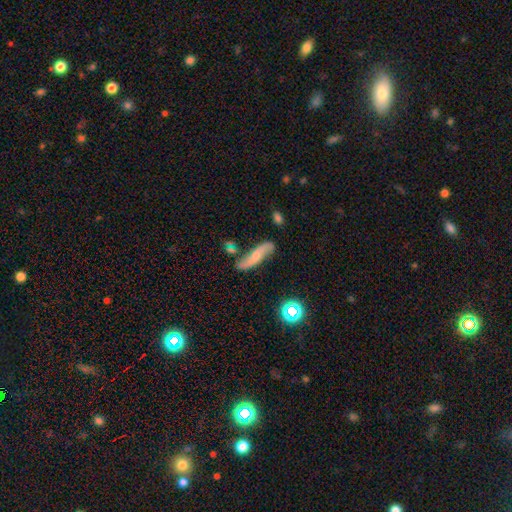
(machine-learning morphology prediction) A featured or disk galaxy (61%). Merging: none (66%).